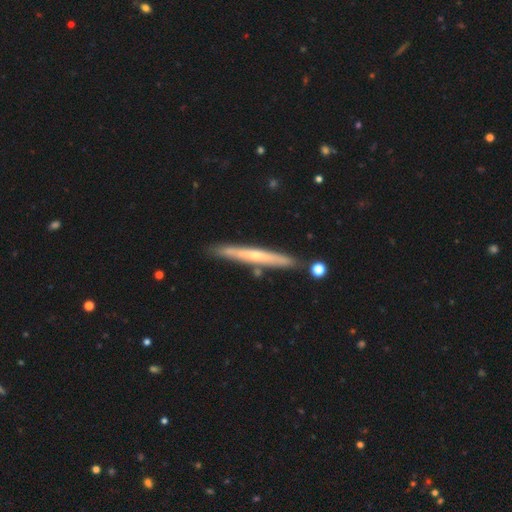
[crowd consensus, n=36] Smooth or featured? 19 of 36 (53%) said featured or disk. Edge-on disk? 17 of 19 (89%) said yes. Edge-on bulge? 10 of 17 (59%) said none. Merging? 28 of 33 (85%) said none.